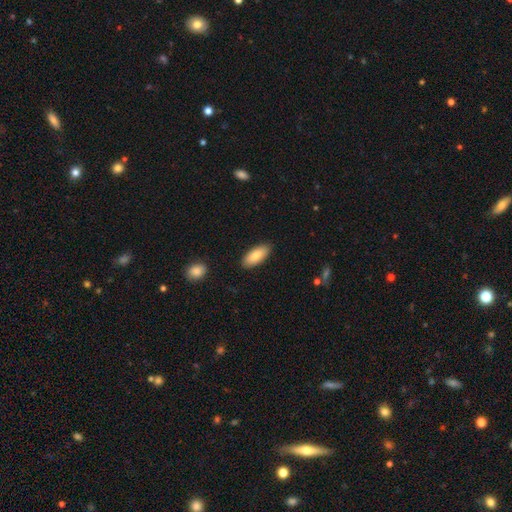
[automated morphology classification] Smooth or featured? smooth (84%)
How rounded? in between (85%)
Merging? none (87%)